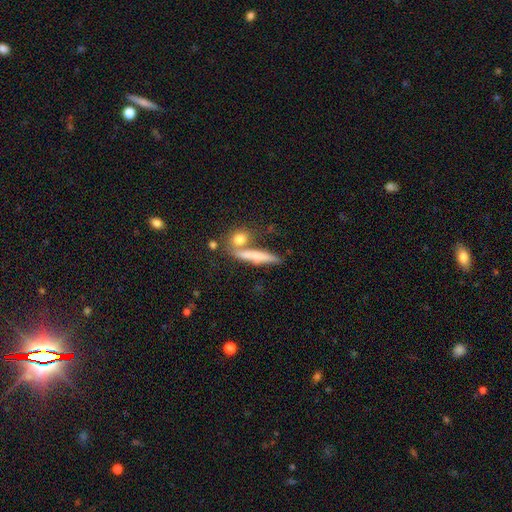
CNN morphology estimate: This is likely a smooth galaxy (65%). How rounded: likely cigar-shaped (78%). Merging: possibly none (57%).